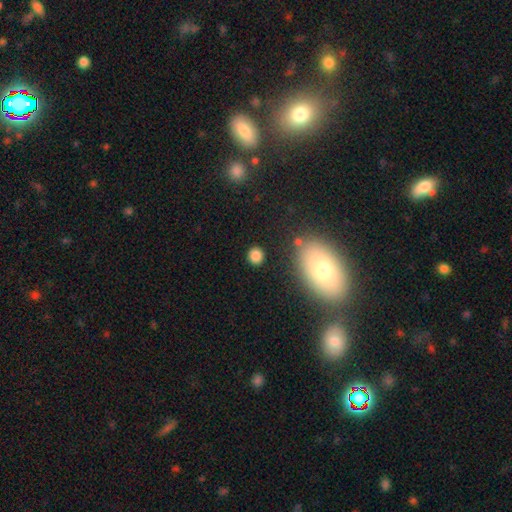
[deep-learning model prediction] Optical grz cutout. It shows a smooth galaxy with no disk features (85%) that is round (86%). Merging: none (88%).